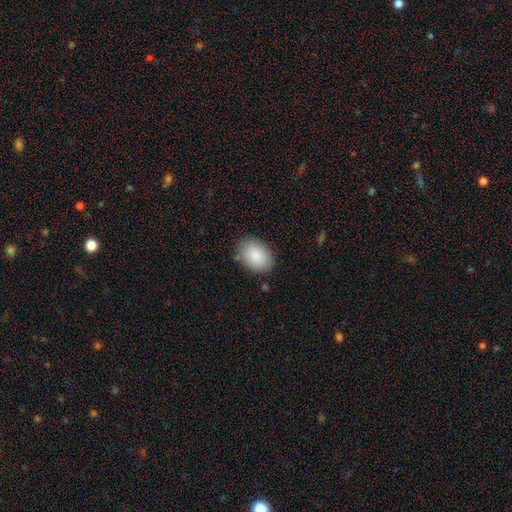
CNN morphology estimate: smooth-or-featured: smooth: 88% | star or artifact: 7% | featured or disk: 5%
  how-rounded: in between: 86% | round: 13% | cigar-shaped: 1%
  merging: none: 82% | minor disturbance: 13% | major disturbance: 3% | merger: 1%